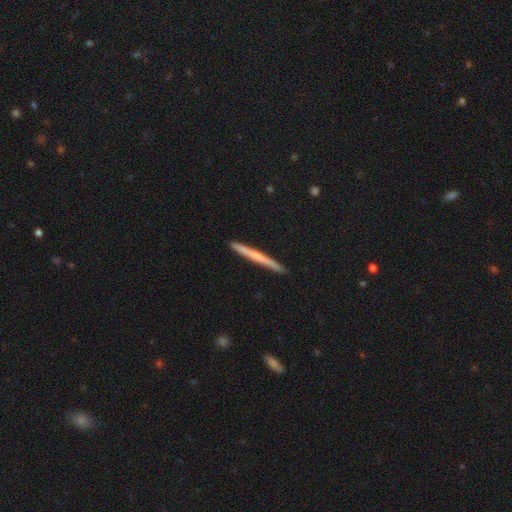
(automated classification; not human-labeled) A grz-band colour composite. It shows a smooth galaxy with no disk features (49%). Merging: none (91%).